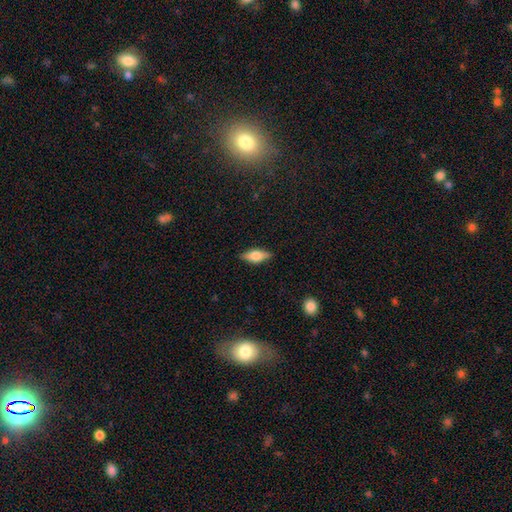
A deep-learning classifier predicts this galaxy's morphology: A smooth galaxy with no disk features (60%) that is in between round and cigar-shaped (71%). Merging: none (85%).